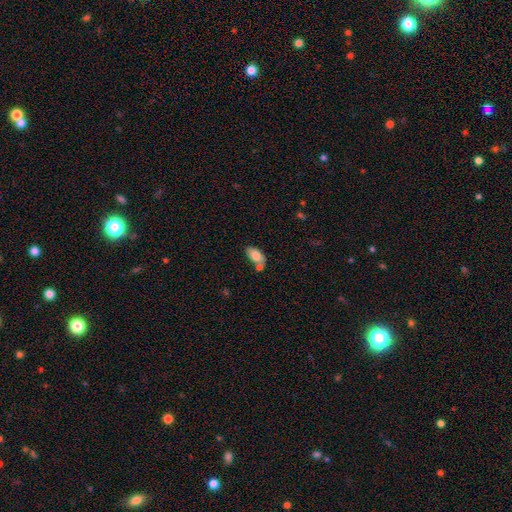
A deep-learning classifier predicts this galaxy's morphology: smooth-or-featured: smooth: 81% | featured or disk: 12% | star or artifact: 7%
  how-rounded: in between: 93% | cigar-shaped: 4% | round: 3%
  merging: none: 60% | merger: 21% | minor disturbance: 16% | major disturbance: 4%